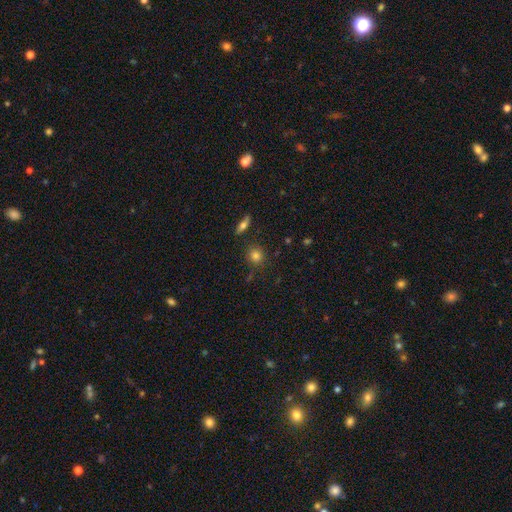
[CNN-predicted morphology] Smooth or featured?
  - smooth: 80% *
  - star or artifact: 11%
  - featured or disk: 9%
How rounded?
  - round: 82% *
  - in between: 16%
  - cigar-shaped: 2%
Merging?
  - none: 82% *
  - minor disturbance: 10%
  - merger: 4%
  - major disturbance: 3%